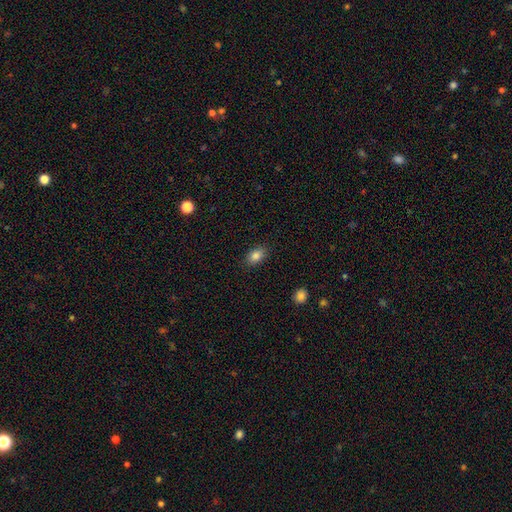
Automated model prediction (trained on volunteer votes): Overall: smooth (84%). How rounded: in between (85%). Merging: none (87%).